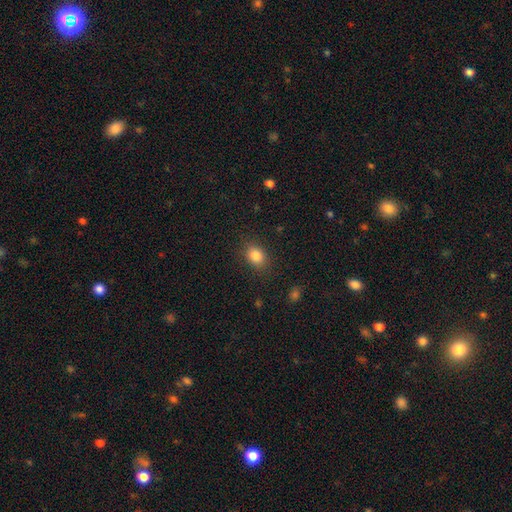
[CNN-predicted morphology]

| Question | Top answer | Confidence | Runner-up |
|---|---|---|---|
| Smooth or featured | smooth | 84% | star or artifact (10%) |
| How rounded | in between | 63% | round (36%) |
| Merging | none | 85% | minor disturbance (11%) |